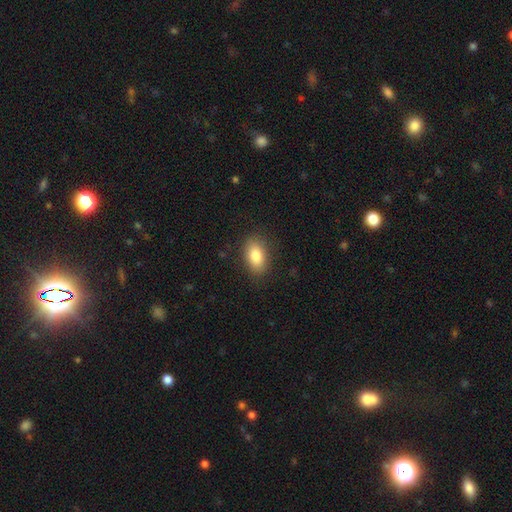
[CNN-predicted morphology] Smooth or featured: smooth — 84% (featured or disk — 9%)
How rounded: in between — 89% (round — 9%)
Merging: none — 85% (minor disturbance — 10%)